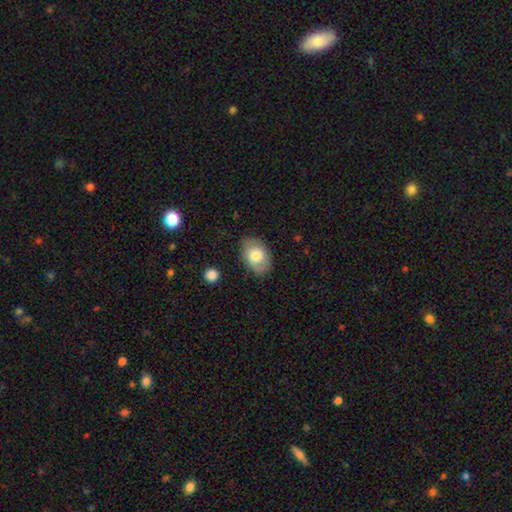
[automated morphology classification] A smooth galaxy with no disk features (77%) that is in between round and cigar-shaped (83%). Merging: none (82%).